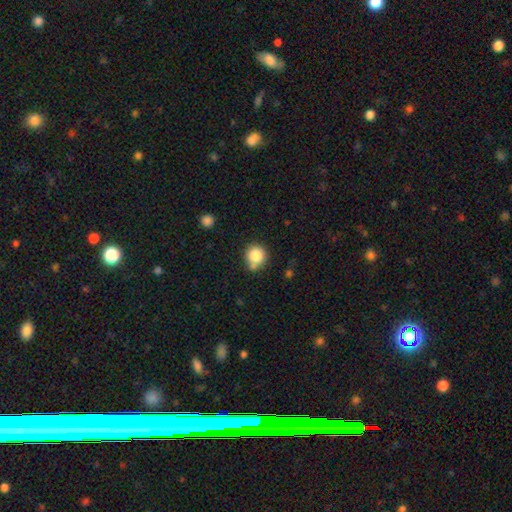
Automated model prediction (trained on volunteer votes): Smooth or featured: smooth — 84% (star or artifact — 10%)
How rounded: round — 90% (in between — 9%)
Merging: none — 65% (merger — 16%)